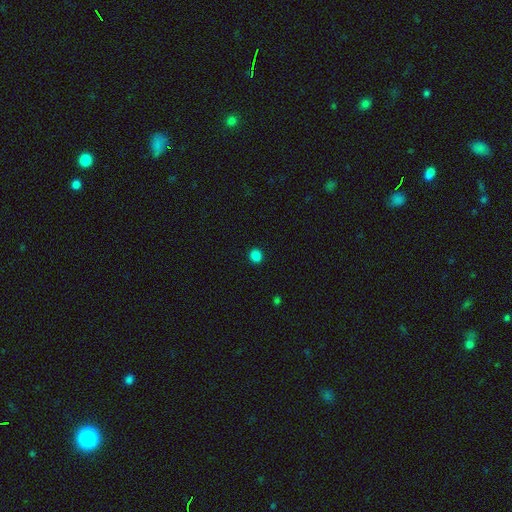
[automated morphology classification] A smooth galaxy with no disk features (85%) that is round (88%).

Vote fractions:
- Smooth or featured? smooth: 85% / star or artifact: 12% / featured or disk: 3%
- How rounded? round: 88% / in between: 11% / cigar-shaped: 1%
- Merging? none: 93% / minor disturbance: 5% / major disturbance: 2% / merger: 1%